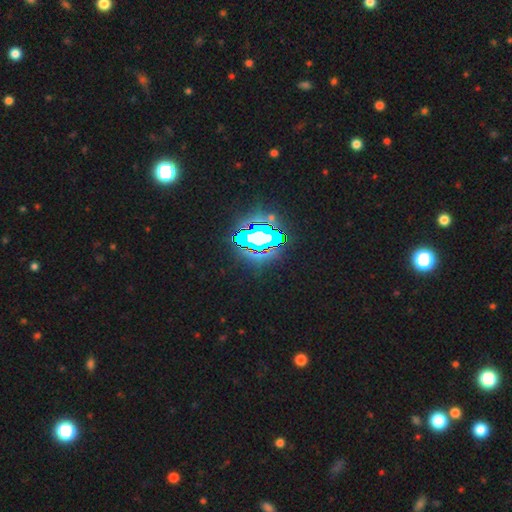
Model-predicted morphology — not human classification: A star or artifact, not a galaxy (85%).

Vote fractions:
- Smooth or featured? star or artifact: 85% / smooth: 9% / featured or disk: 6%